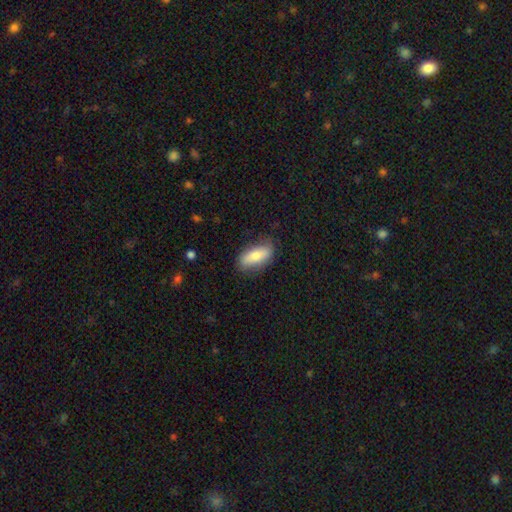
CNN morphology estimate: Smooth or featured?
  - smooth: 75% *
  - featured or disk: 19%
  - star or artifact: 6%
How rounded?
  - in between: 80% *
  - cigar-shaped: 17%
  - round: 3%
Merging?
  - none: 77% *
  - minor disturbance: 18%
  - major disturbance: 4%
  - merger: 1%